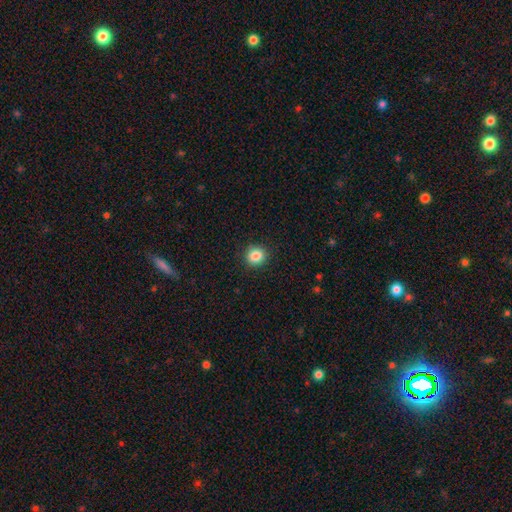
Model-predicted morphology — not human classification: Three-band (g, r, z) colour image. It shows a smooth galaxy with no disk features (85%) that is round (86%). Merging: none (90%).